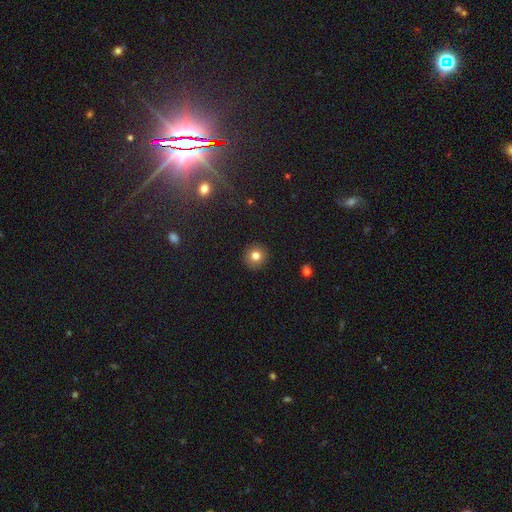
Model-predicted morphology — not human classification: type=smooth (80%); roundness=round (93%); merging=none (92%).